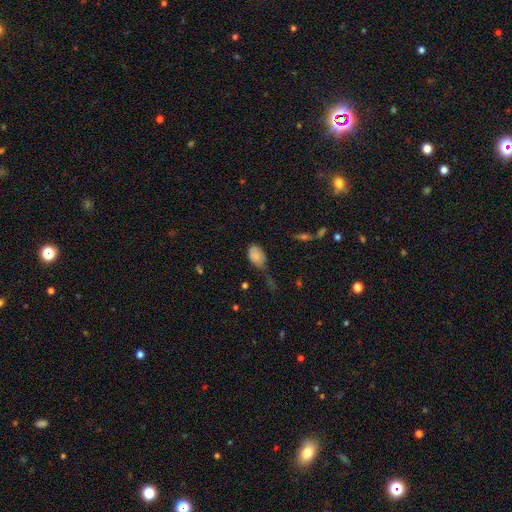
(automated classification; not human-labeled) A smooth galaxy with no disk features (83%) that is in between round and cigar-shaped (90%).

Vote fractions:
- Smooth or featured? smooth: 83% / star or artifact: 8% / featured or disk: 8%
- How rounded? in between: 90% / round: 9% / cigar-shaped: 1%
- Merging? none: 42% / minor disturbance: 39% / major disturbance: 14% / merger: 6%